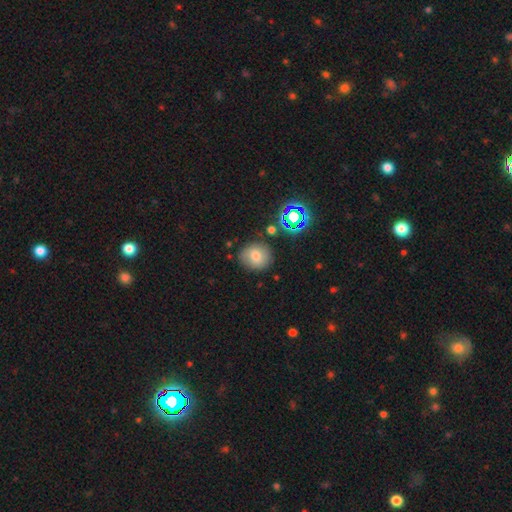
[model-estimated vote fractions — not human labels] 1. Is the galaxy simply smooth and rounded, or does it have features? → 69% smooth, 16% star or artifact, 15% featured or disk.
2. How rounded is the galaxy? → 86% round, 13% in between, 1% cigar-shaped.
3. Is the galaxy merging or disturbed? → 81% none, 12% minor disturbance, 4% merger, 3% major disturbance.